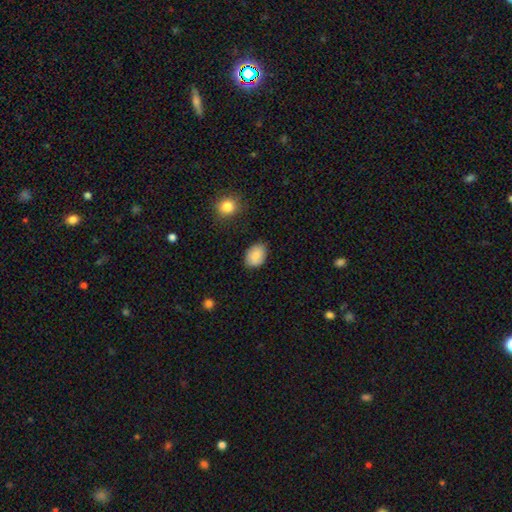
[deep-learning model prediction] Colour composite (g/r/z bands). It shows a smooth galaxy with no disk features (83%) that is in between round and cigar-shaped (74%). Merging: none (79%).